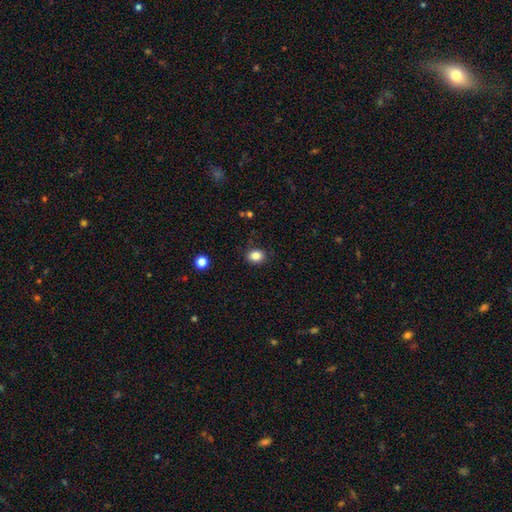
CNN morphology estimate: This is clearly a smooth galaxy (85%). How rounded: possibly in between (55%). Merging: clearly none (85%).